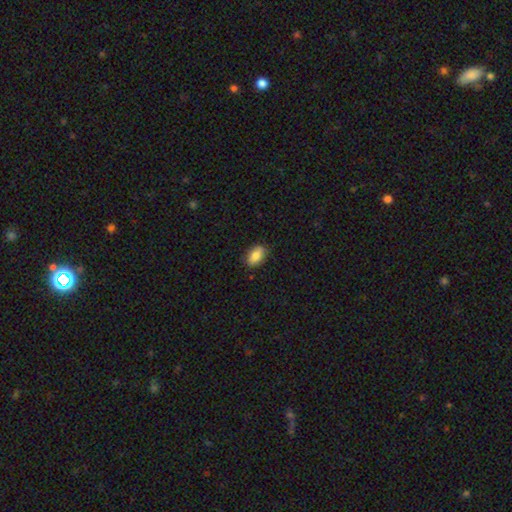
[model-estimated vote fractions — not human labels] A smooth galaxy with no disk features (83%) that is in between round and cigar-shaped (90%).

Vote fractions:
- Smooth or featured? smooth: 83% / featured or disk: 10% / star or artifact: 7%
- How rounded? in between: 90% / round: 7% / cigar-shaped: 3%
- Merging? none: 84% / minor disturbance: 13% / major disturbance: 2% / merger: 1%